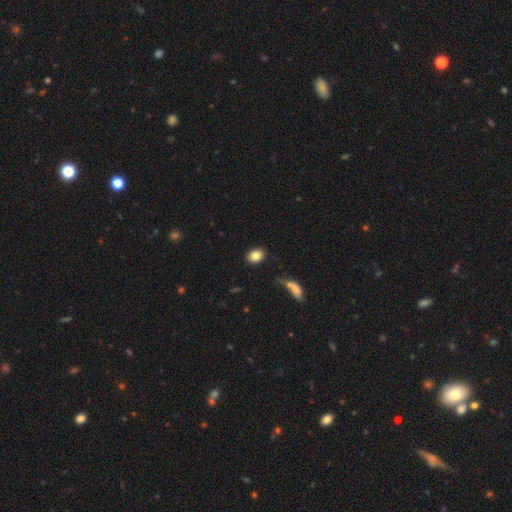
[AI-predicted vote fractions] Overall: smooth (84%). How rounded: in between (63%; round 35%). Merging: none (85%).